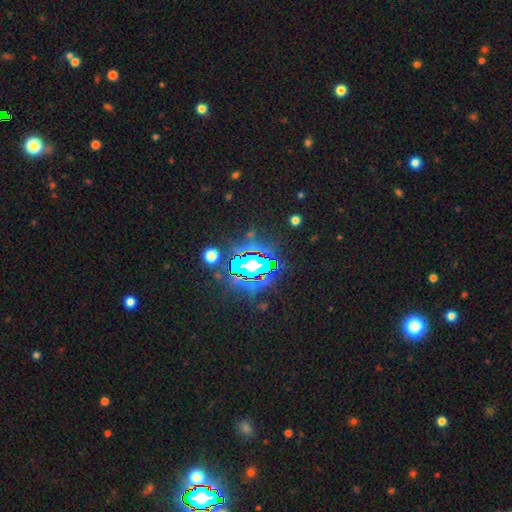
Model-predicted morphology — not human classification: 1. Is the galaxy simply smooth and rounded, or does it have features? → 80% star or artifact, 11% smooth, 9% featured or disk.